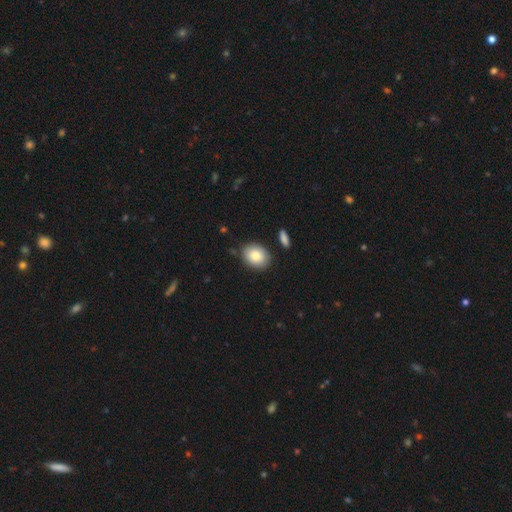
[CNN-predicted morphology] smooth 84%, featured or disk 9%, star or artifact 7%. Down the decision tree: how rounded — in between (65%); merging — none (84%).